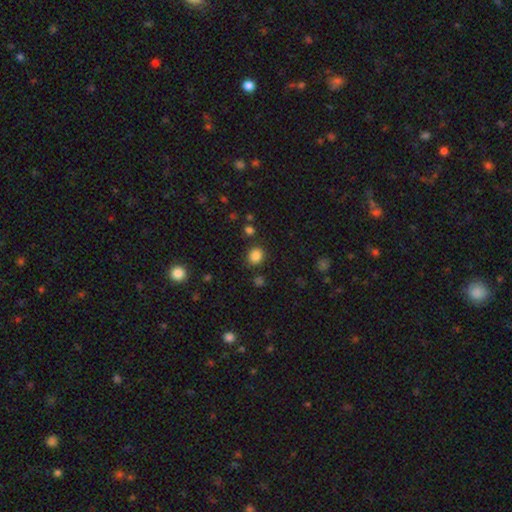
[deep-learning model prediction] smooth_or_featured: smooth (p=0.84) [alt: star or artifact p=0.12]
how_rounded: round (p=0.72) [alt: in between p=0.27]
merging: none (p=0.85) [alt: minor disturbance p=0.09]